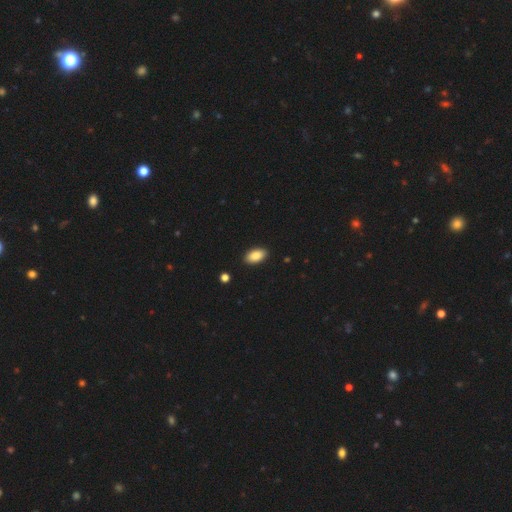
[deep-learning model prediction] Overall: smooth (86%). How rounded: in between (94%). Merging: none (90%).